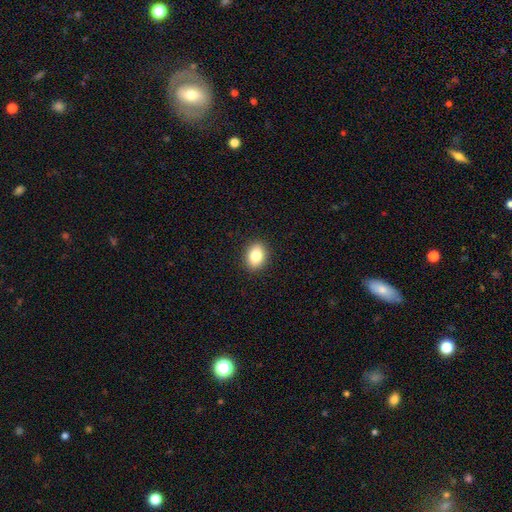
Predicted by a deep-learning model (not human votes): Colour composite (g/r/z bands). It shows a smooth galaxy with no disk features (83%) that is in between round and cigar-shaped (65%). Merging: none (90%).